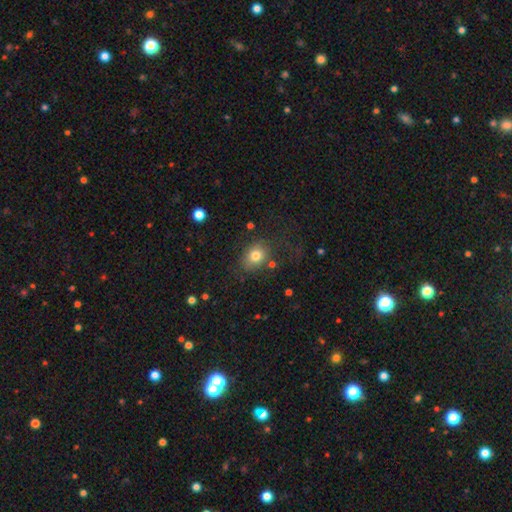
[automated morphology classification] type=smooth (78%); roundness=in between (51%); merging=none (71%).